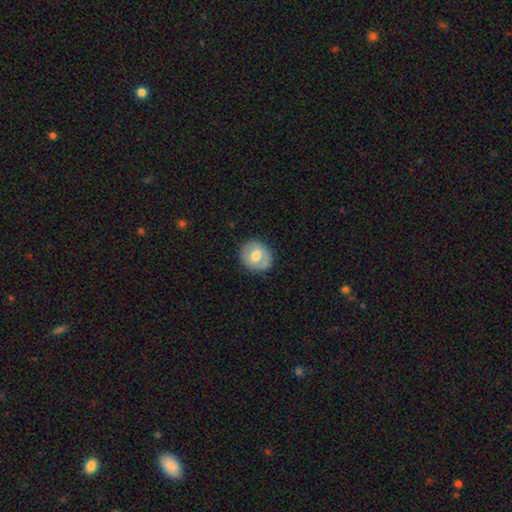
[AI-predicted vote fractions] A smooth galaxy with no disk features (62%) that is round (75%). Merging: none (84%).